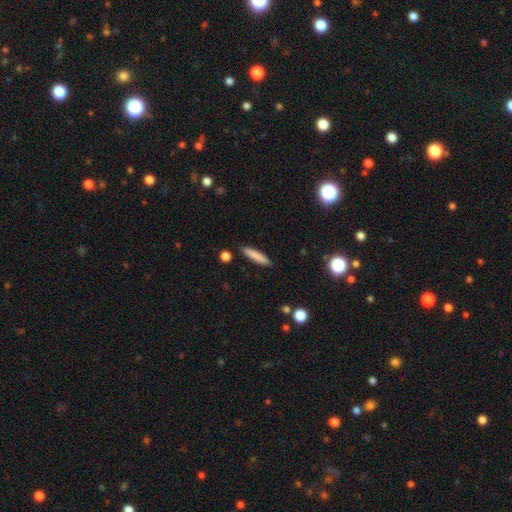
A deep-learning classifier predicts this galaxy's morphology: type=smooth (82%); roundness=cigar-shaped (88%); merging=none (89%).